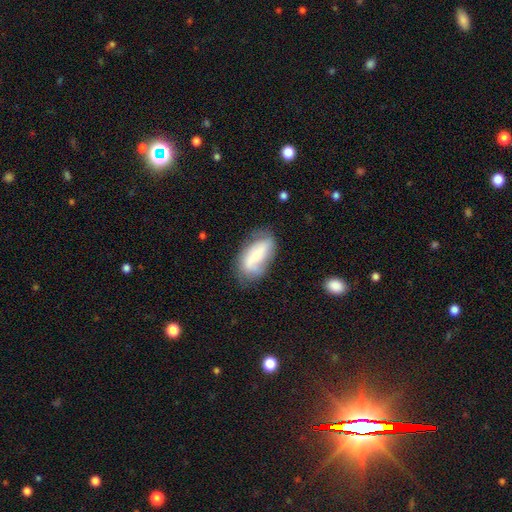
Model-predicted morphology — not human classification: Q: Smooth or featured?
A: featured or disk (46%); tied with: smooth (46%)
Q: Merging?
A: none (60%); runner-up: minor disturbance (27%)